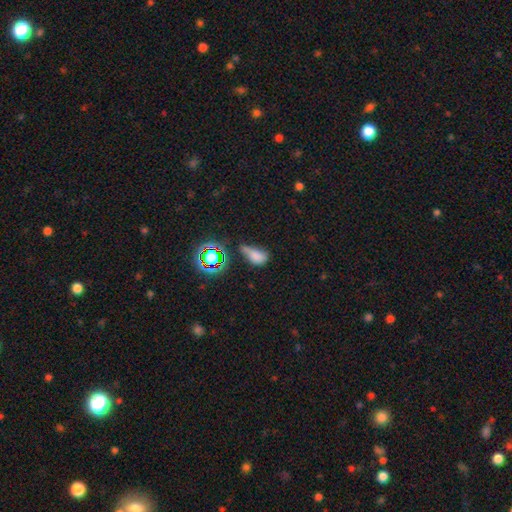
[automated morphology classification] Smooth or featured?
  - smooth: 67% *
  - star or artifact: 21%
  - featured or disk: 13%
How rounded?
  - in between: 80% *
  - round: 14%
  - cigar-shaped: 6%
Merging?
  - minor disturbance: 30% *
  - none: 29%
  - major disturbance: 22%
  - merger: 19%